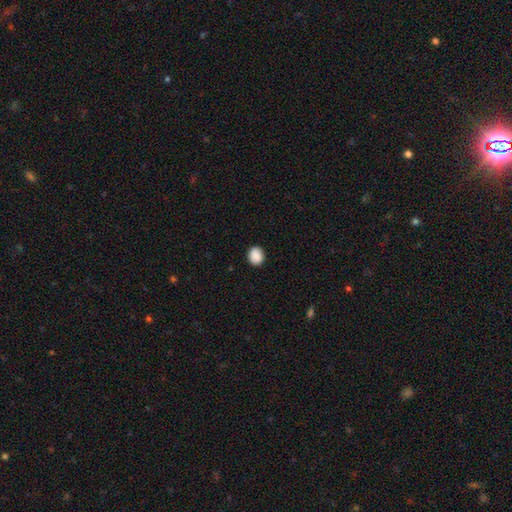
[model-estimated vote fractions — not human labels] Smooth or featured? Predicted: smooth (p=0.90). How rounded? Predicted: round (p=0.64). Merging? Predicted: none (p=0.90).